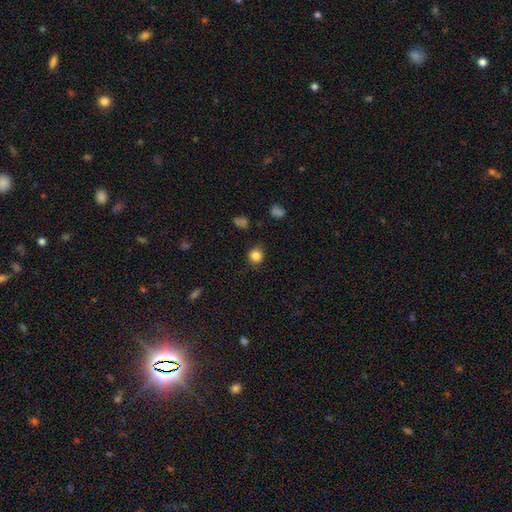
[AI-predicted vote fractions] Smooth or featured? Predicted: smooth (p=0.84). How rounded? Predicted: round (p=0.83). Merging? Predicted: none (p=0.84).